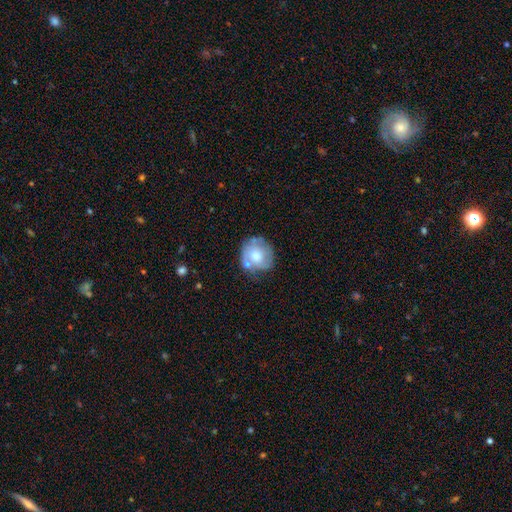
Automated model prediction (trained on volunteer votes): The model was most divided on "smooth or featured": smooth: 50%, featured or disk: 43%, star or artifact: 7%. More confident: merging — none (56%).